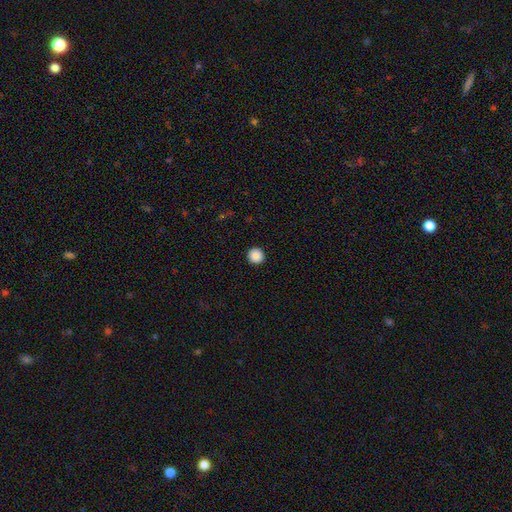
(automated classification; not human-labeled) Morphology: type=smooth (89%); roundness=round (95%); merging=none (94%).